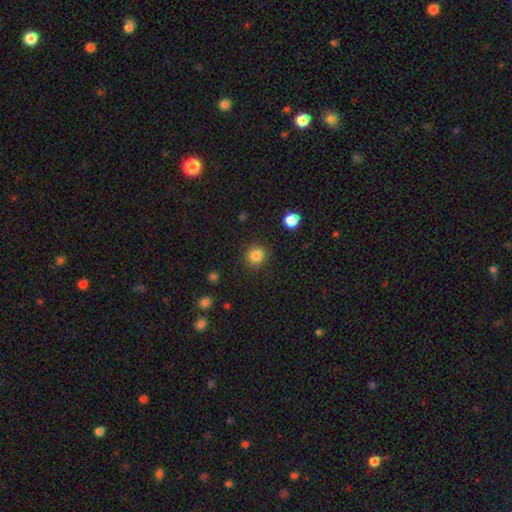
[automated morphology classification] This appears to be a smooth galaxy with no disk features (85%) that is round (91%). Merging: none (89%).